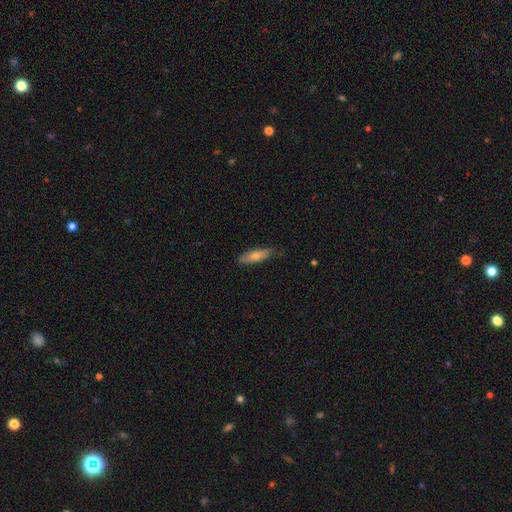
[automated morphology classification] Q: Smooth or featured?
A: smooth (61%); runner-up: featured or disk (32%)
Q: How rounded?
A: cigar-shaped (58%); runner-up: in between (40%)
Q: Merging?
A: none (79%); runner-up: minor disturbance (17%)